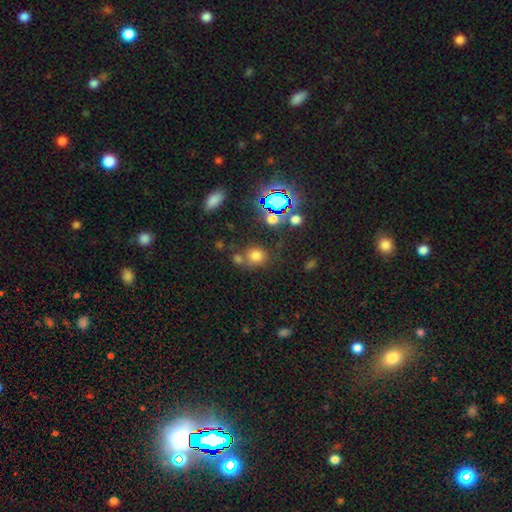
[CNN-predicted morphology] This appears to be a smooth galaxy with no disk features (70%) that is round (76%). Merging: none (60%).